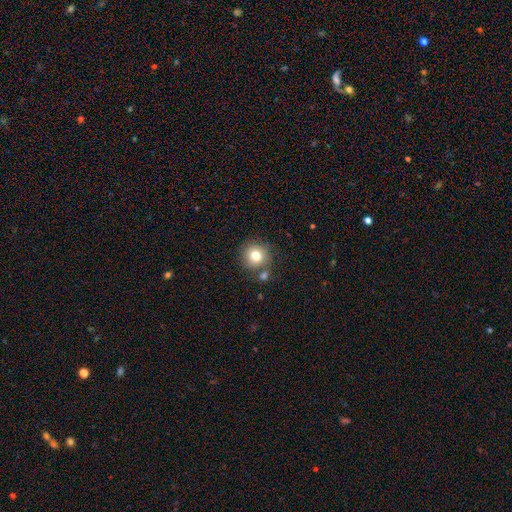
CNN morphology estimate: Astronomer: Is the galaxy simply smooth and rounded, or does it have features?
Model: smooth — 78%.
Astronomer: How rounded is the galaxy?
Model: round — 92%.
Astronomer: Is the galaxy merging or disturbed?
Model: none — 73%.